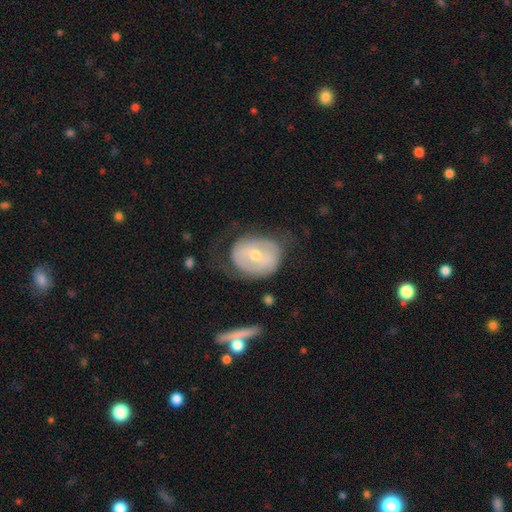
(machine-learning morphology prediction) This is likely a featured or disk galaxy (62%). It is clearly not viewed edge-on (95%). Bar: marginally no (44%). Spiral arm pattern: possibly yes (55%). Central bulge: possibly moderate (54%). Merging: possibly none (55%).